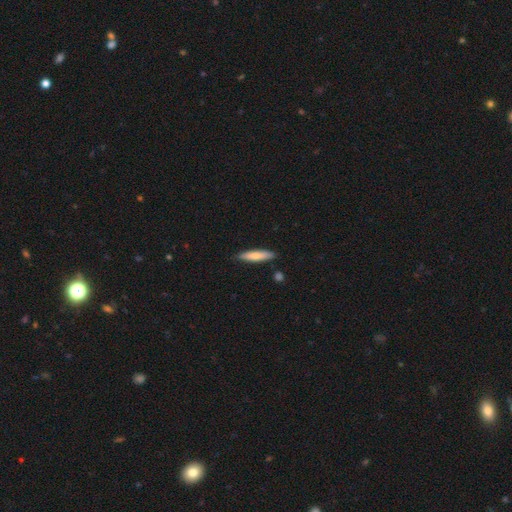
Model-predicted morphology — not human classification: smooth-or-featured: smooth: 74% | featured or disk: 21% | star or artifact: 6%
  how-rounded: cigar-shaped: 81% | in between: 17% | round: 1%
  merging: none: 85% | minor disturbance: 11% | merger: 2% | major disturbance: 2%